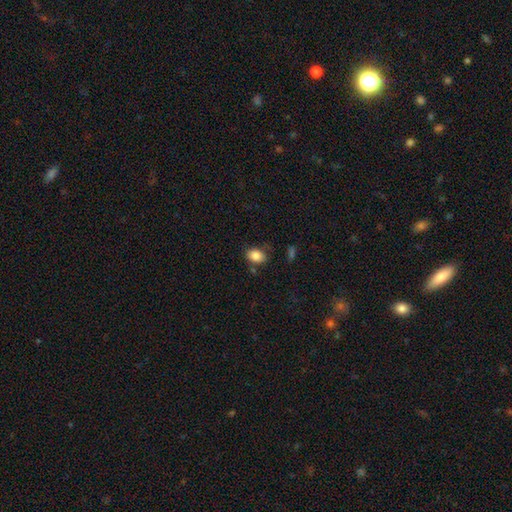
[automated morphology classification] Smooth or featured? smooth (86%)
How rounded? in between (77%)
Merging? none (77%)